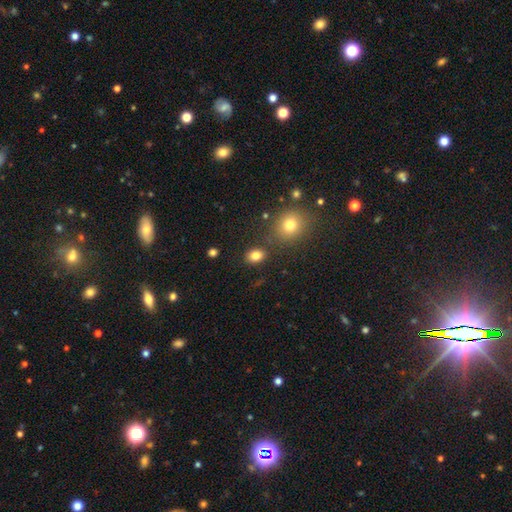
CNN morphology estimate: This is clearly a smooth galaxy (82%). How rounded: likely in between (64%). Merging: clearly none (81%).